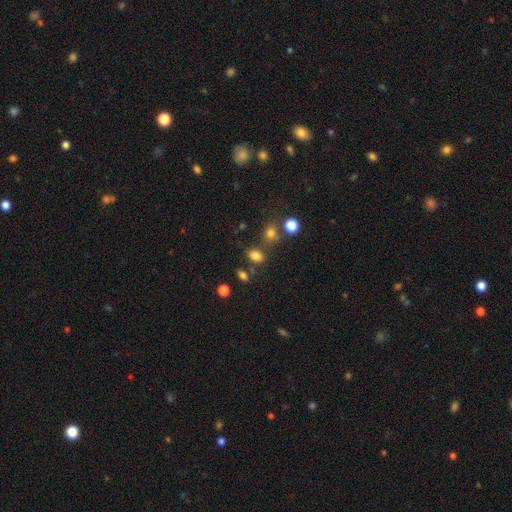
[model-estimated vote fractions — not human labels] Q: Smooth or featured?
A: smooth (79%); runner-up: star or artifact (15%)
Q: How rounded?
A: in between (74%); runner-up: round (25%)
Q: Merging?
A: none (67%); runner-up: minor disturbance (14%)